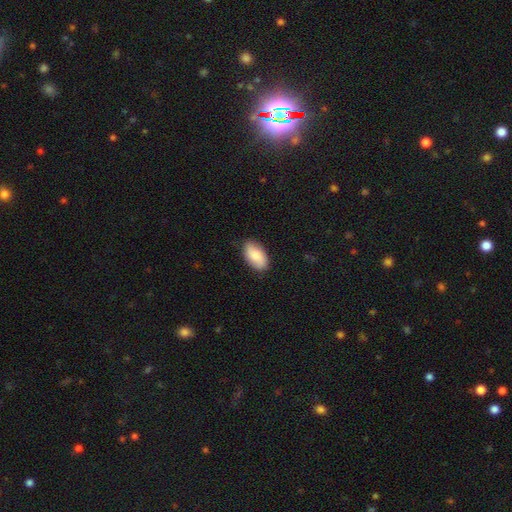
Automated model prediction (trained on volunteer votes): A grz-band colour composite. It shows a smooth galaxy with no disk features (85%) that is in between round and cigar-shaped (95%). Merging: none (85%).